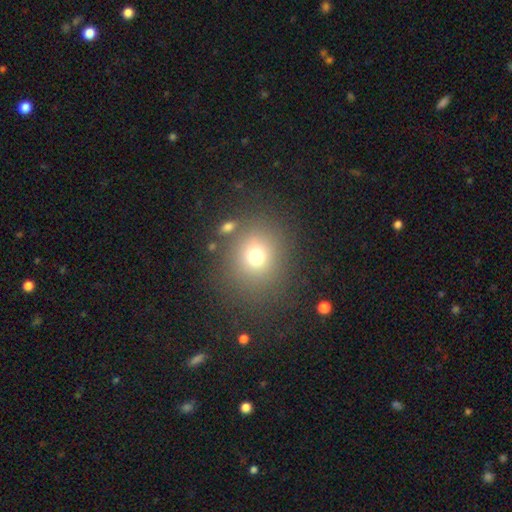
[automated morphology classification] smooth-or-featured: smooth: 72% | star or artifact: 17% | featured or disk: 11%
  how-rounded: round: 79% | in between: 20% | cigar-shaped: 1%
  merging: none: 78% | minor disturbance: 10% | major disturbance: 6% | merger: 6%